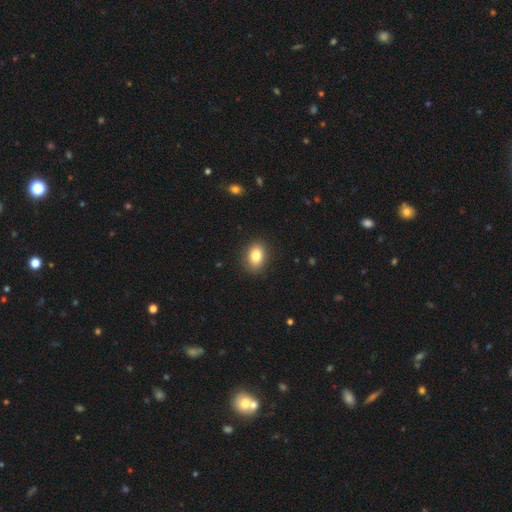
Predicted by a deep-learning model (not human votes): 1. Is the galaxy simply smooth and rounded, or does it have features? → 83% smooth, 9% star or artifact, 8% featured or disk.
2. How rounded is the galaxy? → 71% in between, 28% round, 1% cigar-shaped.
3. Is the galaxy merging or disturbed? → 88% none, 9% minor disturbance, 2% major disturbance, 1% merger.